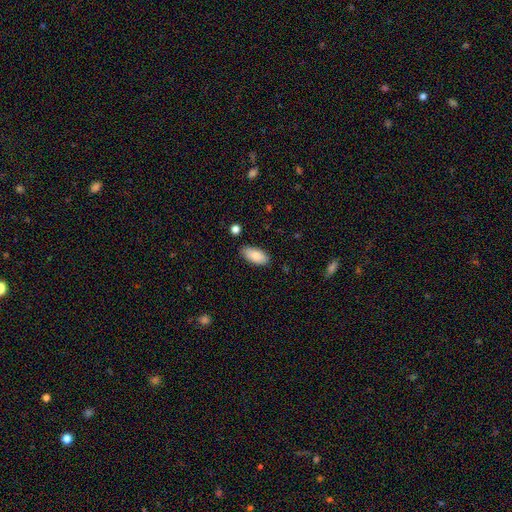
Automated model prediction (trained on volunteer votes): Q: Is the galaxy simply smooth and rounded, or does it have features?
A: smooth — 86%.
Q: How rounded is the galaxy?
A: in between — 91%.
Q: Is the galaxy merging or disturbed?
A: none — 84%.